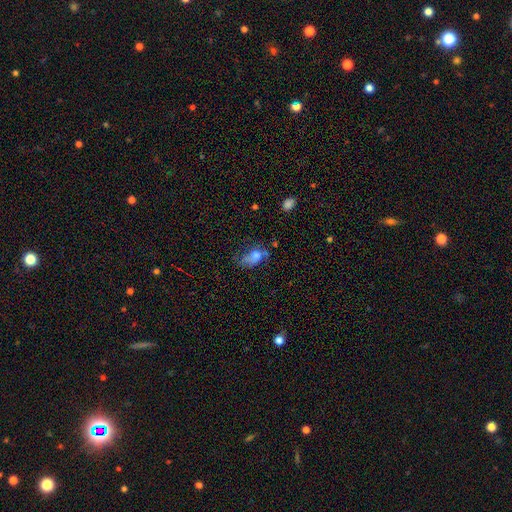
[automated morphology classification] Q: Smooth or featured?
A: smooth (51%); runner-up: featured or disk (37%)
Q: How rounded?
A: in between (80%); runner-up: round (16%)
Q: Merging?
A: none (35%); runner-up: major disturbance (32%)